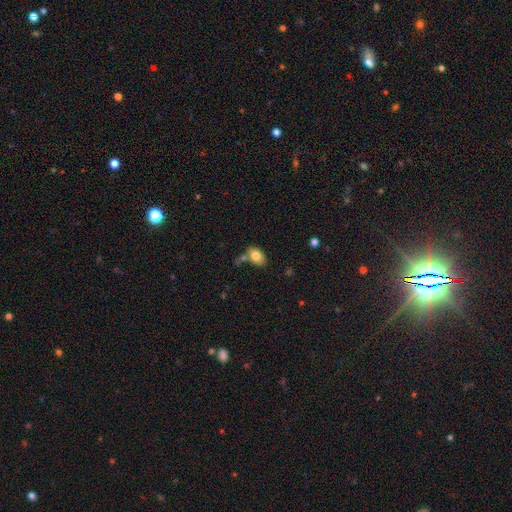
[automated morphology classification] The model was most divided on "merging": none: 56%, merger: 20%, minor disturbance: 18%, major disturbance: 6%. More confident: how rounded — in between (84%); smooth or featured — smooth (80%).